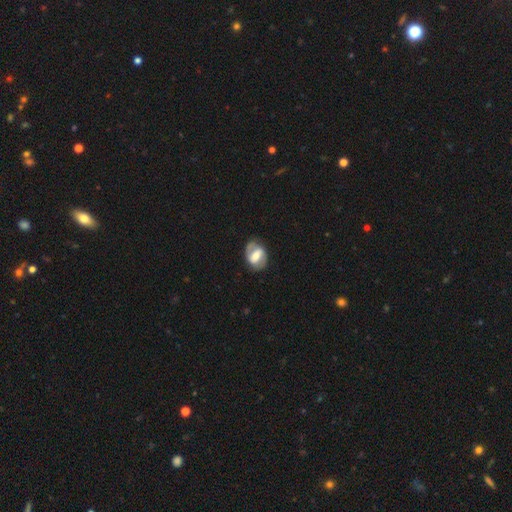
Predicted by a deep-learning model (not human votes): Smooth or featured? featured or disk (71%)
Edge-on disk? no (96%)
Bar? strong (48%)
Spiral arms? yes (80%)
Spiral winding? medium (45%)
Spiral arm count? 2 (86%)
Bulge size? moderate (55%)
Merging? none (79%)